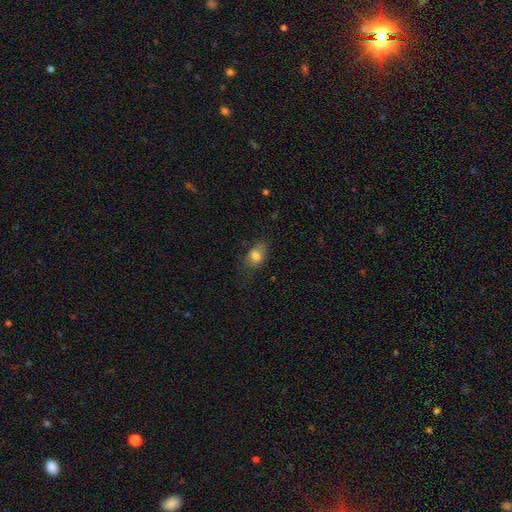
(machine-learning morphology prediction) smooth_or_featured: smooth (p=0.78) [alt: featured or disk p=0.12]
how_rounded: in between (p=0.75) [alt: round p=0.23]
merging: none (p=0.60) [alt: minor disturbance p=0.28]